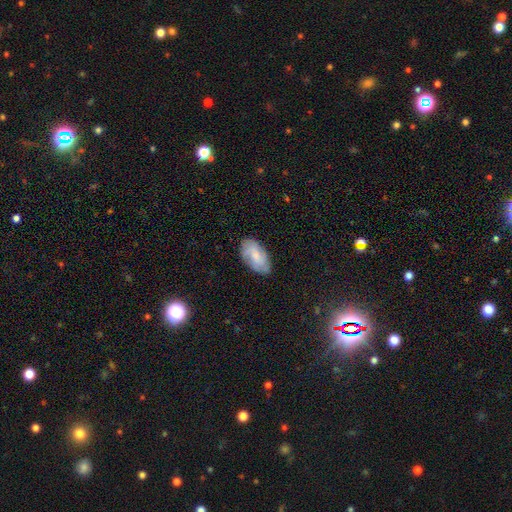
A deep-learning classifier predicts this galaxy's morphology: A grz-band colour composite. It shows a smooth galaxy with no disk features (52%) that is in between round and cigar-shaped (93%). Merging: none (76%).